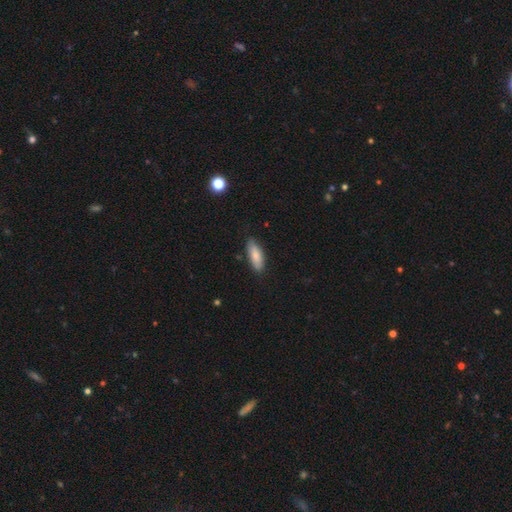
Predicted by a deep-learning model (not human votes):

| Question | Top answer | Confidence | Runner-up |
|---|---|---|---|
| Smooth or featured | smooth | 80% | featured or disk (14%) |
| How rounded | in between | 70% | cigar-shaped (28%) |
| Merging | none | 81% | minor disturbance (15%) |